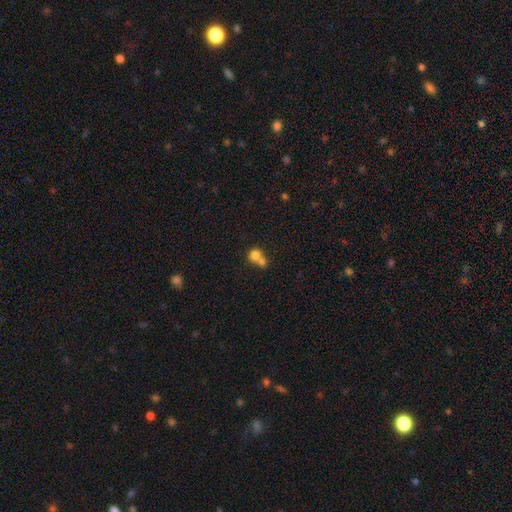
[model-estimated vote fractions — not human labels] A smooth galaxy with no disk features (77%) that is round (78%).

Vote fractions:
- Smooth or featured? smooth: 77% / featured or disk: 13% / star or artifact: 11%
- How rounded? round: 78% / in between: 21% / cigar-shaped: 1%
- Merging? merger: 63% / none: 29% / minor disturbance: 5% / major disturbance: 3%